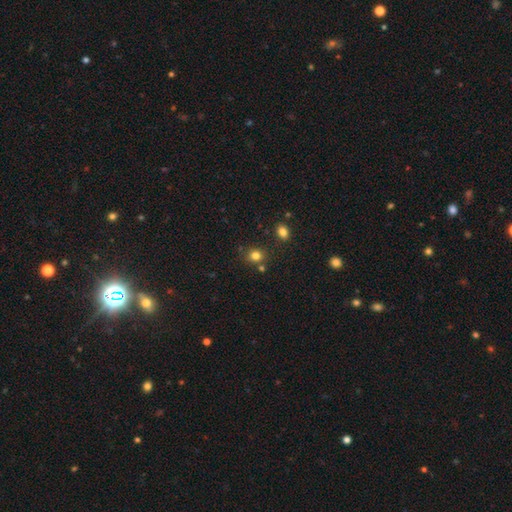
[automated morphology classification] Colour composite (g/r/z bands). It shows a smooth galaxy with no disk features (80%) that is round (76%). Merging: none (77%).